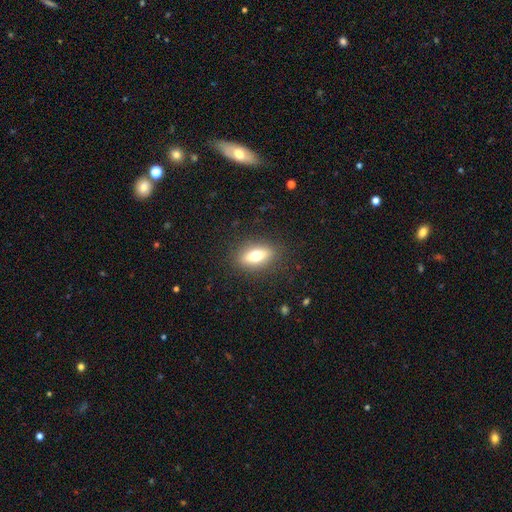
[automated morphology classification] The model was most divided on "smooth or featured": smooth: 66%, featured or disk: 26%, star or artifact: 8%. More confident: merging — none (87%); how rounded — in between (75%).